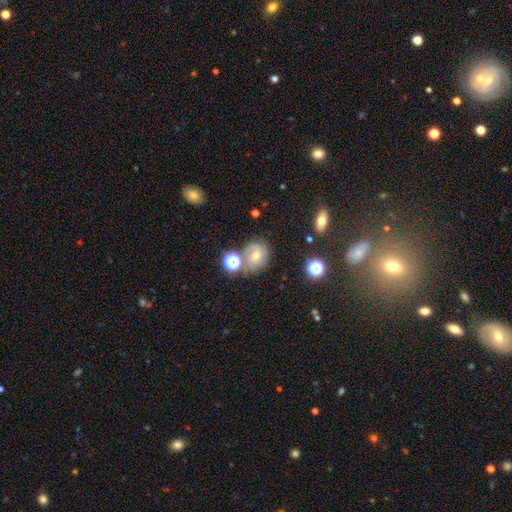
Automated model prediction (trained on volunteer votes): Smooth or featured? smooth (40%)
Merging? none (62%)